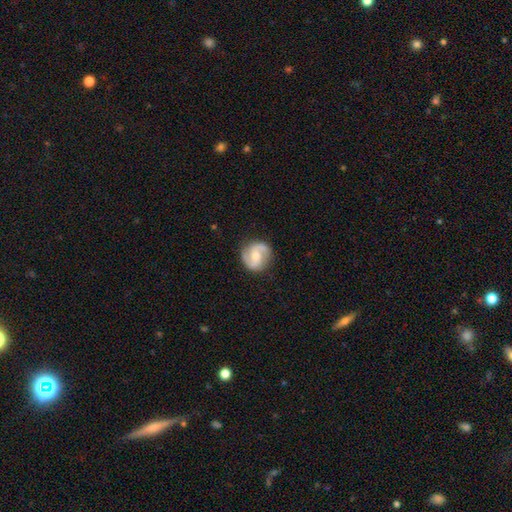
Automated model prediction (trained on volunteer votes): The model was most divided on "bar": weak: 46%, no: 41%, strong: 13%. More confident: edge-on disk — no (98%); spiral arms — yes (96%); spiral arm count — 2 (93%); merging — none (84%); smooth or featured — featured or disk (82%); bulge size — moderate (57%); spiral winding — medium (54%).